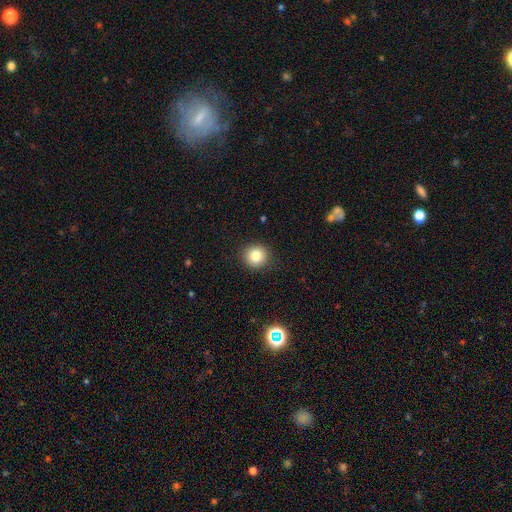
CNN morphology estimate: A smooth galaxy with no disk features (82%) that is round (93%). Merging: none (91%).